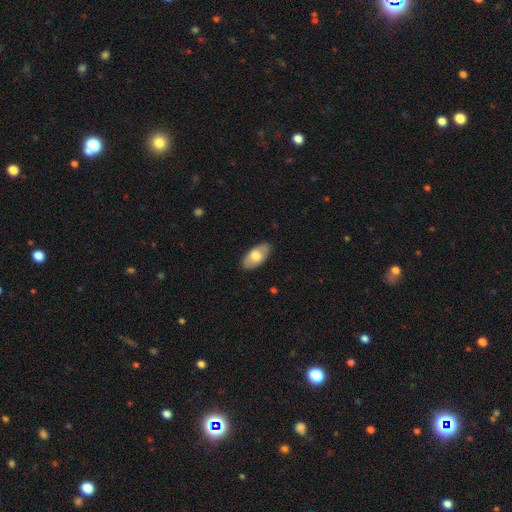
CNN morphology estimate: Smooth or featured? Predicted: smooth (p=0.71). How rounded? Predicted: in between (p=0.94). Merging? Predicted: none (p=0.87).